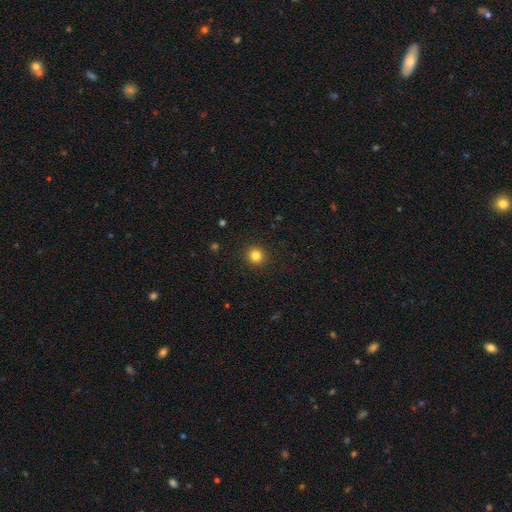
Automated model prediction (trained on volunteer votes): Overall: smooth (83%). How rounded: round (94%). Merging: none (92%).